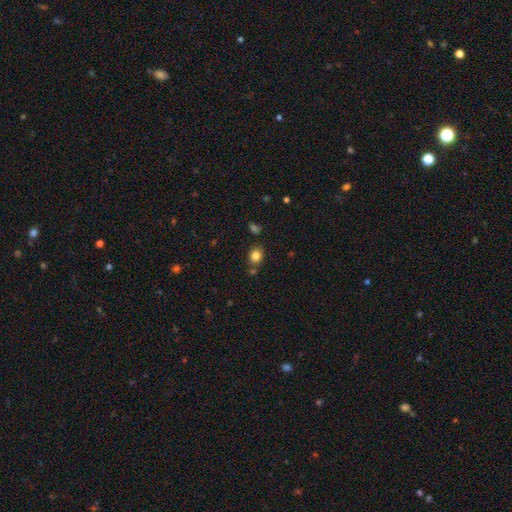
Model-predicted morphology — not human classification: Smooth or featured?
  - smooth: 83% *
  - star or artifact: 11%
  - featured or disk: 5%
How rounded?
  - round: 59% *
  - in between: 40%
  - cigar-shaped: 1%
Merging?
  - none: 77% *
  - minor disturbance: 12%
  - merger: 8%
  - major disturbance: 3%